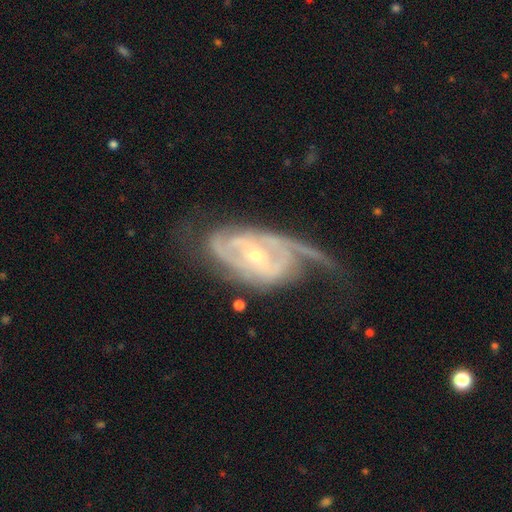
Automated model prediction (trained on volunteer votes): featured or disk 87%, smooth 8%, star or artifact 5%. Down the decision tree: edge-on disk — no (95%); bar — weak (41%); spiral arms — yes (92%); spiral arm count — 2 (51%); spiral winding — tight (43%); bulge size — small (64%); merging — none (41%).